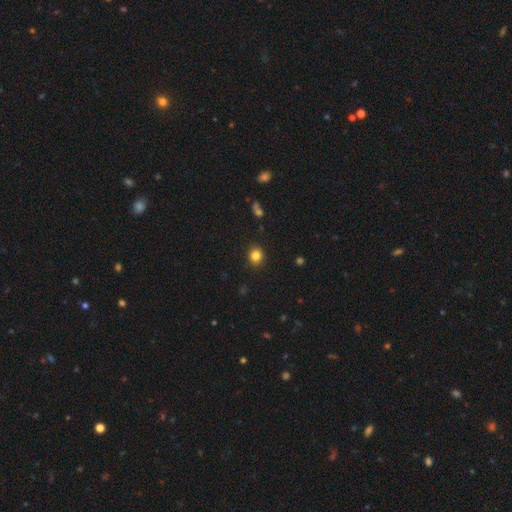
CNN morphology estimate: Smooth or featured? Predicted: smooth (p=0.82). How rounded? Predicted: round (p=0.80). Merging? Predicted: none (p=0.90).